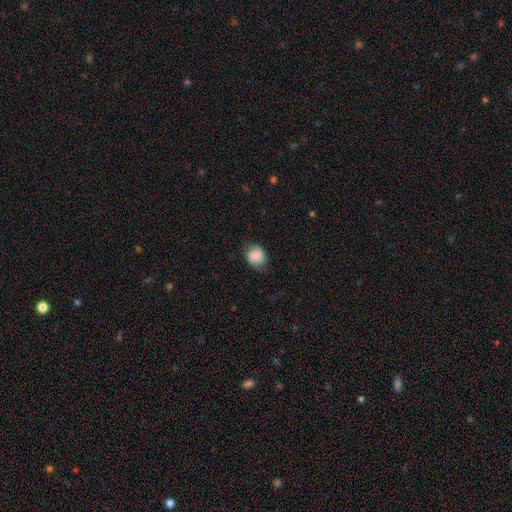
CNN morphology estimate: smooth-or-featured: smooth: 69% | featured or disk: 22% | star or artifact: 9%
  how-rounded: round: 57% | in between: 42% | cigar-shaped: 1%
  merging: none: 61% | minor disturbance: 27% | major disturbance: 10% | merger: 1%